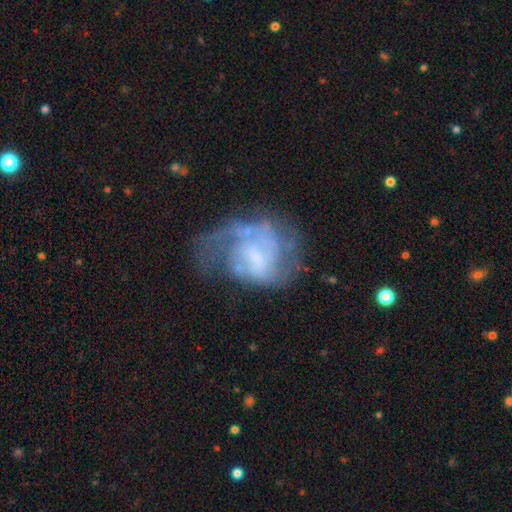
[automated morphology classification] featured or disk 68%, smooth 23%, star or artifact 9%. Down the decision tree: edge-on disk — no (98%); bar — no (53%); spiral arms — yes (67%); bulge size — none (43%); merging — major disturbance (37%).